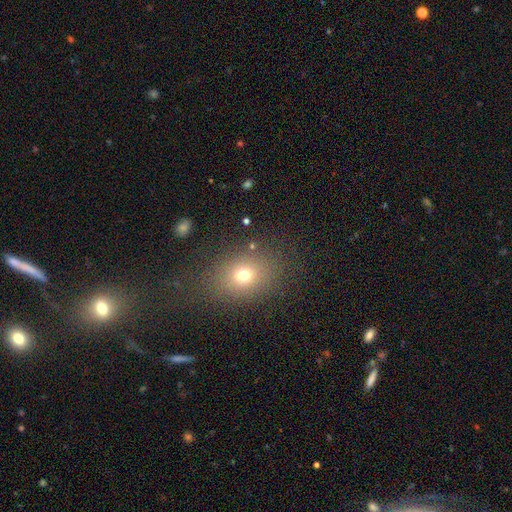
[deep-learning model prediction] Smooth or featured? smooth (62%)
How rounded? in between (52%)
Merging? none (75%)